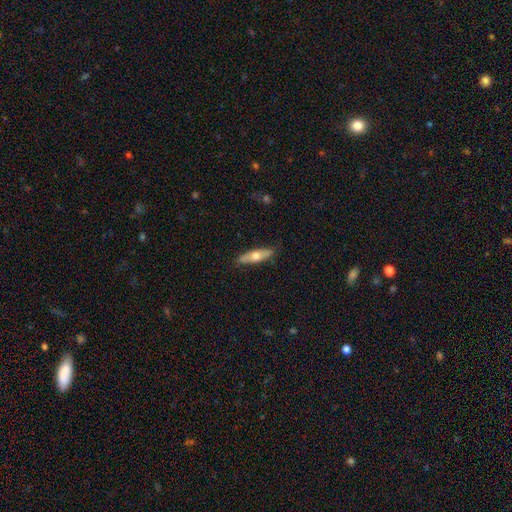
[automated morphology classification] Overall: smooth (54%; featured or disk 40%). How rounded: cigar-shaped (62%; in between 35%). Merging: none (84%).